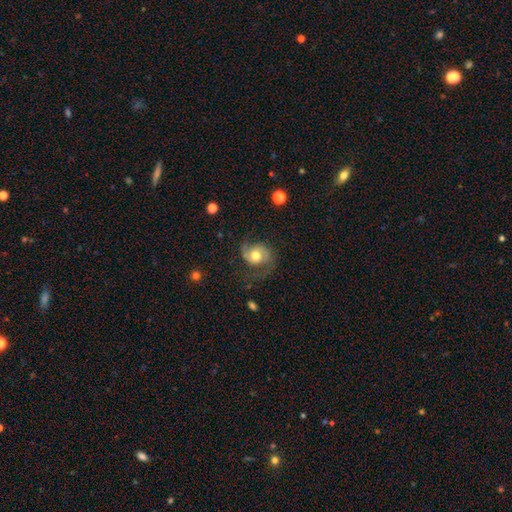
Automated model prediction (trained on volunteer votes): featured or disk 71%, smooth 21%, star or artifact 7%. Down the decision tree: edge-on disk — no (97%); bar — no (69%); spiral arms — yes (92%); spiral arm count — 2 (85%); spiral winding — medium (48%); bulge size — moderate (71%); merging — none (63%).